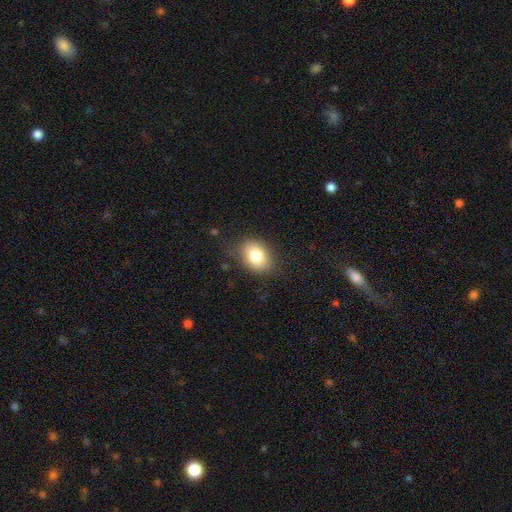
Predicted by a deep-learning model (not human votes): Q: Smooth or featured?
A: smooth (81%); runner-up: featured or disk (10%)
Q: How rounded?
A: in between (74%); runner-up: round (24%)
Q: Merging?
A: none (81%); runner-up: minor disturbance (14%)